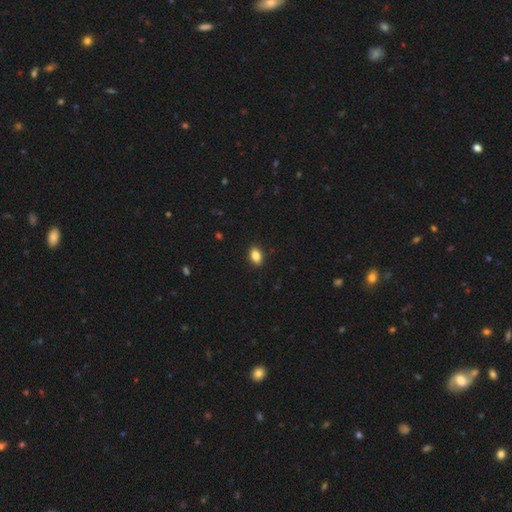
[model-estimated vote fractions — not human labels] smooth 85%, star or artifact 9%, featured or disk 6%. Down the decision tree: how rounded — in between (86%); merging — none (90%).